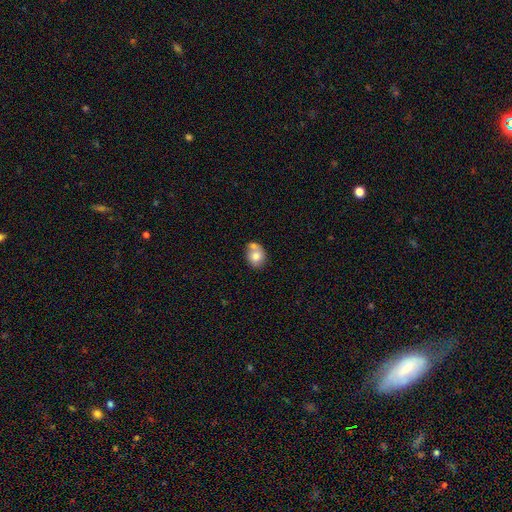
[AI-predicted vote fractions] smooth_or_featured: smooth (p=0.75) [alt: featured or disk p=0.17]
how_rounded: round (p=0.56) [alt: in between p=0.43]
merging: merger (p=0.40) [alt: none p=0.39]